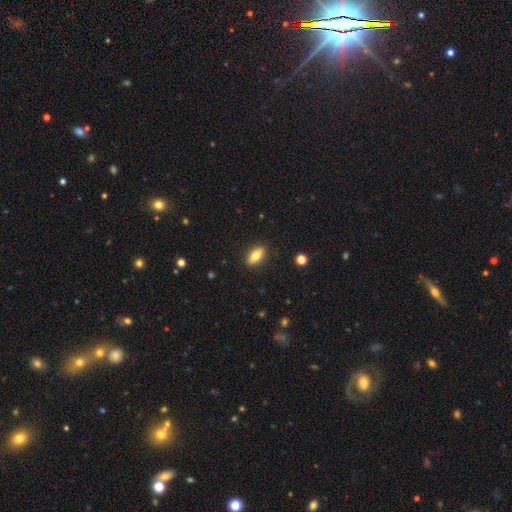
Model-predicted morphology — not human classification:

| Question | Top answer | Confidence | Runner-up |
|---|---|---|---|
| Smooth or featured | smooth | 69% | featured or disk (24%) |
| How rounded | in between | 75% | cigar-shaped (20%) |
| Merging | none | 89% | minor disturbance (8%) |